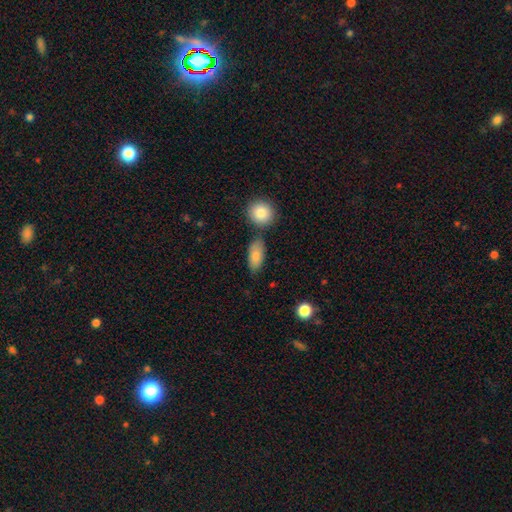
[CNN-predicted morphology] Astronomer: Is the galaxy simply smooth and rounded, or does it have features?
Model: smooth — 82%.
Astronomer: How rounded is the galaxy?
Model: in between — 88%.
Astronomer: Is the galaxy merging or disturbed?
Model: none — 68%.